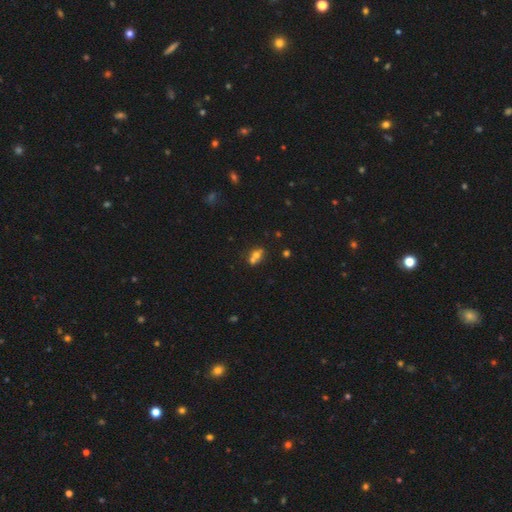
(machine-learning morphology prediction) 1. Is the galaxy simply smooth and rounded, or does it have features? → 60% smooth, 23% featured or disk, 17% star or artifact.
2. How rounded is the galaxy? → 60% round, 38% in between, 2% cigar-shaped.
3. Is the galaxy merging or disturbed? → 56% merger, 32% none, 8% minor disturbance, 4% major disturbance.